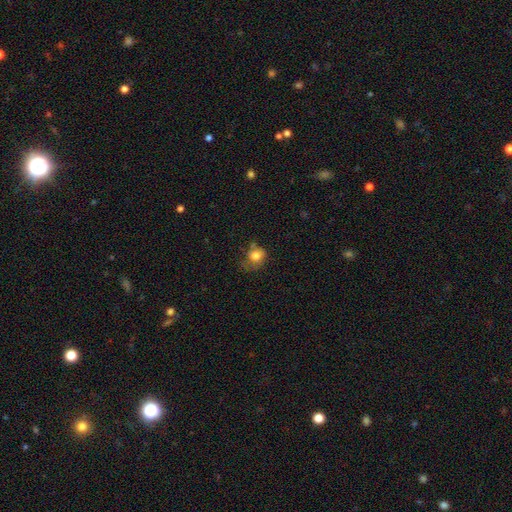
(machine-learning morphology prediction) A smooth galaxy with no disk features (77%) that is round (59%).

Vote fractions:
- Smooth or featured? smooth: 77% / featured or disk: 12% / star or artifact: 10%
- How rounded? round: 59% / in between: 40% / cigar-shaped: 1%
- Merging? none: 40% / minor disturbance: 32% / major disturbance: 21% / merger: 7%